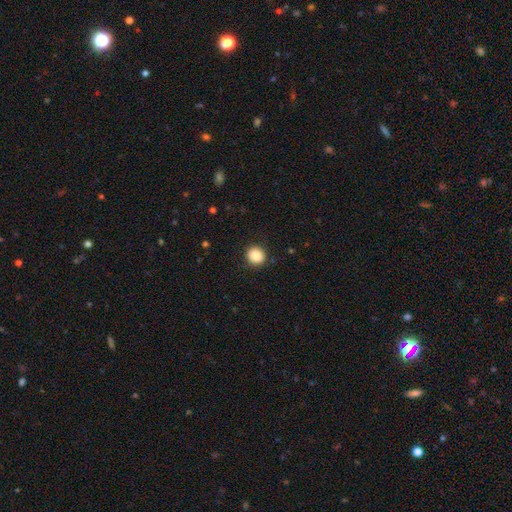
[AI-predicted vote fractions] Smooth or featured? Predicted: smooth (p=0.89). How rounded? Predicted: round (p=0.85). Merging? Predicted: none (p=0.90).